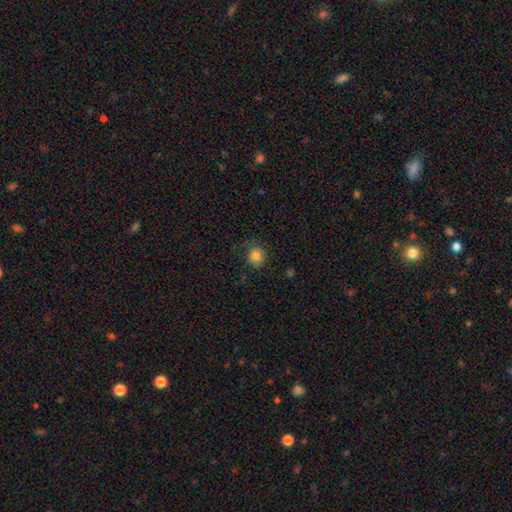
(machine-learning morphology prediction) The model was most divided on "merging": none: 78%, minor disturbance: 16%, major disturbance: 5%, merger: 1%. More confident: smooth or featured — smooth (83%); how rounded — round (82%).